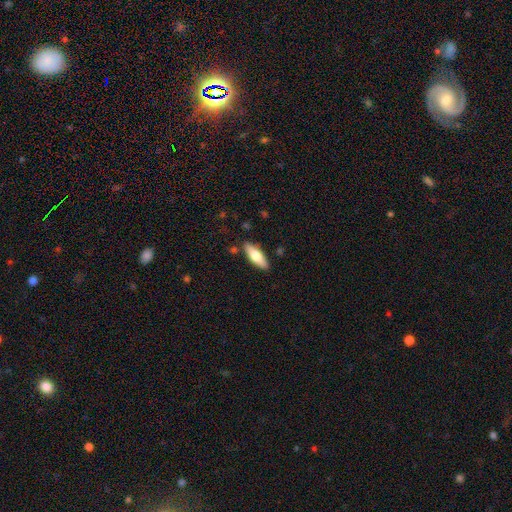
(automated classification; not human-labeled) The model was most divided on "how rounded": in between: 59%, cigar-shaped: 39%, round: 2%. More confident: merging — none (85%); smooth or featured — smooth (65%).